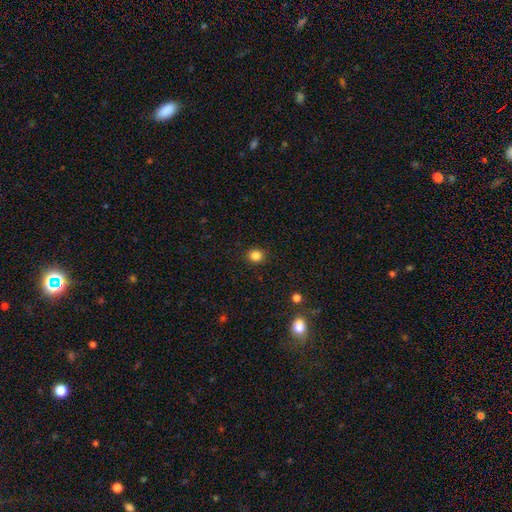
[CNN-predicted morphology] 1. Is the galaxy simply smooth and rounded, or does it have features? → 84% smooth, 12% star or artifact, 4% featured or disk.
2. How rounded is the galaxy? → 85% round, 14% in between, 1% cigar-shaped.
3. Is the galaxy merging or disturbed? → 91% none, 6% minor disturbance, 2% major disturbance, 1% merger.